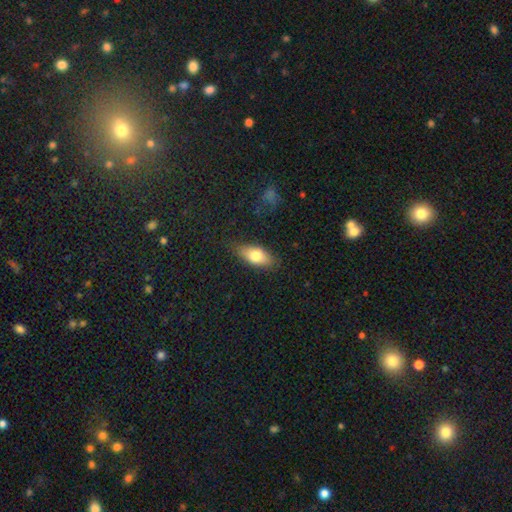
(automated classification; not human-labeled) Smooth or featured: smooth — 74% (featured or disk — 18%)
How rounded: in between — 81% (cigar-shaped — 14%)
Merging: none — 79% (minor disturbance — 15%)